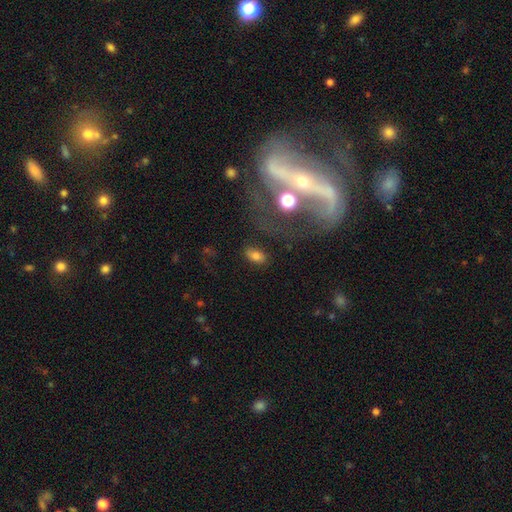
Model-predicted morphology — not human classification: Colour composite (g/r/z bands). It shows a smooth galaxy with no disk features (74%) that is in between round and cigar-shaped (88%). Merging: none (81%).